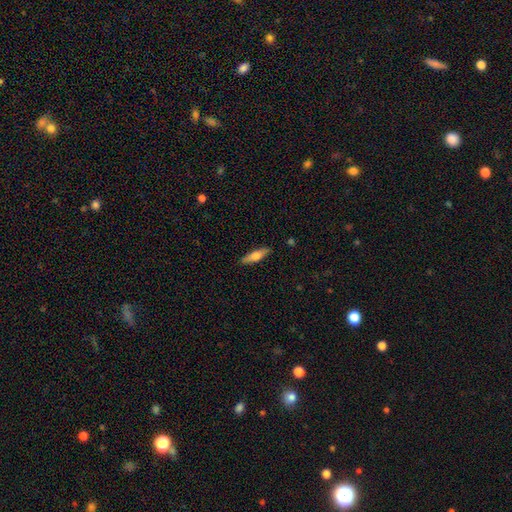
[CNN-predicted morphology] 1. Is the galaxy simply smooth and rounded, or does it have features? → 62% smooth, 32% featured or disk, 6% star or artifact.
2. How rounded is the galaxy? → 63% cigar-shaped, 35% in between, 2% round.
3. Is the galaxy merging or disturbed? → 88% none, 9% minor disturbance, 2% major disturbance, 1% merger.